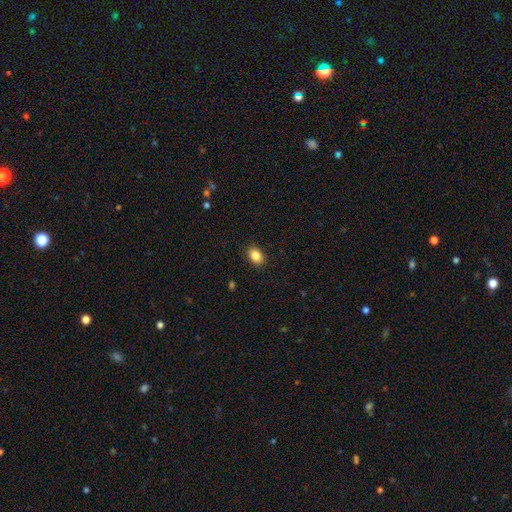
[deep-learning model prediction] A smooth galaxy with no disk features (86%) that is in between round and cigar-shaped (75%). Merging: none (89%).